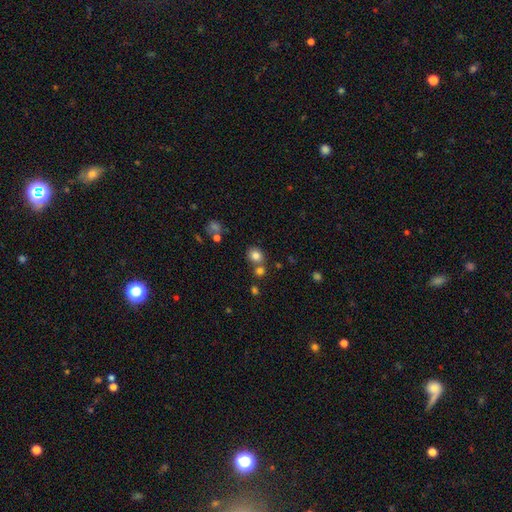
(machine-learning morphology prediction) This is clearly a smooth galaxy (81%). How rounded: likely round (73%). Merging: likely none (65%).